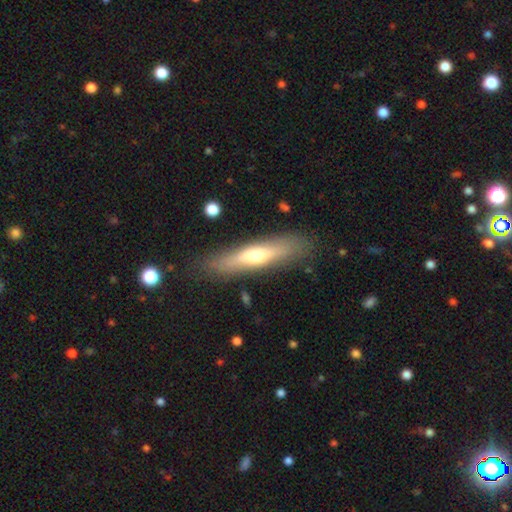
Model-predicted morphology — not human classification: This appears to be a smooth galaxy with no disk features (49%). Merging: none (83%).